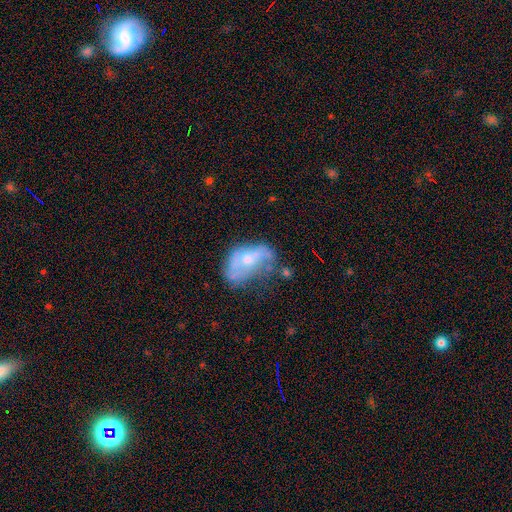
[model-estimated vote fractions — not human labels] This appears to be a featured or disk galaxy (55%) with no bar (75%), no spiral arms (59%) and a moderate central bulge (44%). Merging: none (33%).